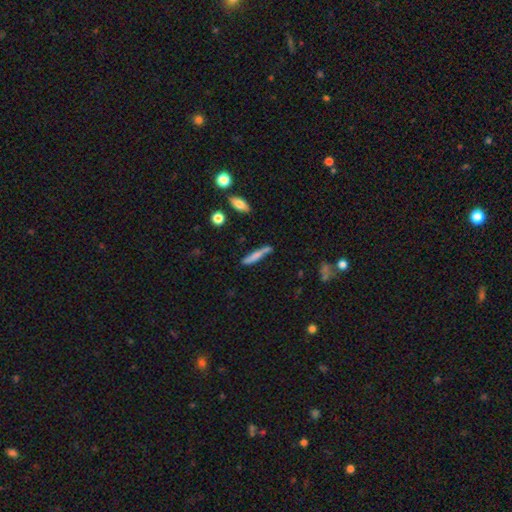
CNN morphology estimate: Smooth or featured? smooth (70%)
How rounded? cigar-shaped (89%)
Merging? none (65%)